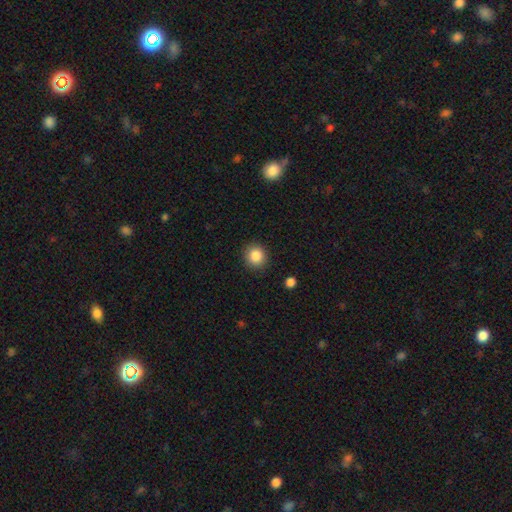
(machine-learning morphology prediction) Overall: smooth (86%). How rounded: round (89%). Merging: none (89%).